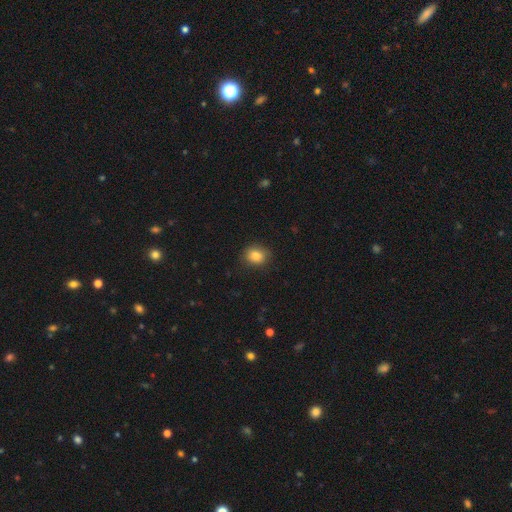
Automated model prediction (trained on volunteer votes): A smooth galaxy with no disk features (84%) that is round (63%). Merging: none (84%).